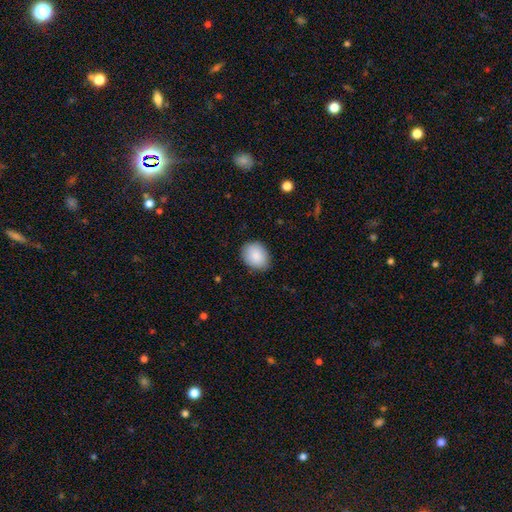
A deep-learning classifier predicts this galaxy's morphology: smooth_or_featured: smooth (p=0.88) [alt: star or artifact p=0.07]
how_rounded: in between (p=0.61) [alt: round p=0.38]
merging: none (p=0.83) [alt: minor disturbance p=0.13]